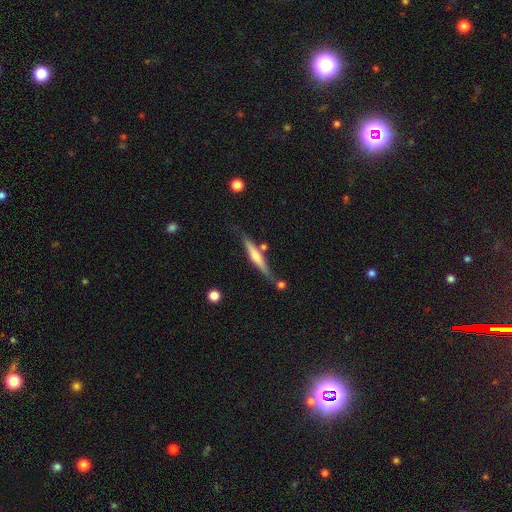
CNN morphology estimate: smooth_or_featured: featured or disk (p=0.57) [alt: smooth p=0.38]
disk_edge_on: yes (p=0.96) [alt: no p=0.04]
edge_on_bulge: rounded (p=0.68) [alt: none p=0.21]
merging: none (p=0.73) [alt: minor disturbance p=0.15]